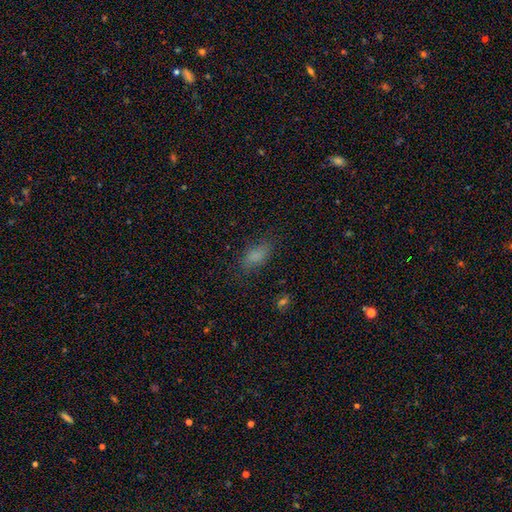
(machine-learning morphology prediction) Smooth or featured? Predicted: smooth (p=0.79). How rounded? Predicted: in between (p=0.84). Merging? Predicted: none (p=0.73).